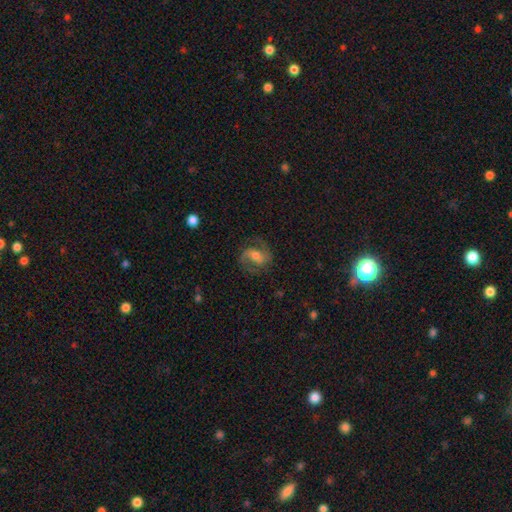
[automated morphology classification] type=featured or disk (74%); edge-on=no (97%); bar=weak (43%); spiral arms=yes (92%); winding=medium (53%); arm count=2 (89%); bulge=moderate (58%); merging=none (73%).